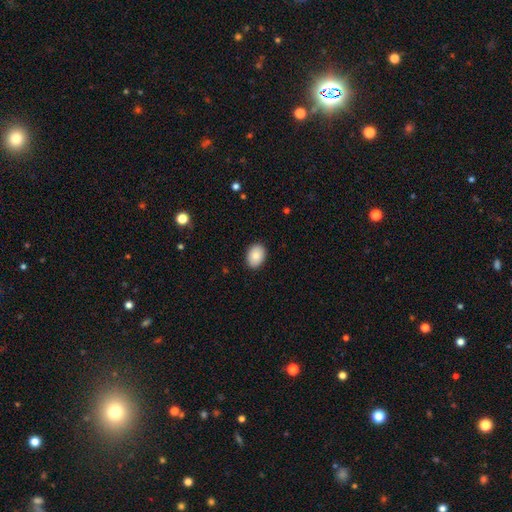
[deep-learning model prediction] smooth_or_featured: smooth (p=0.86) [alt: star or artifact p=0.07]
how_rounded: in between (p=0.74) [alt: round p=0.25]
merging: none (p=0.89) [alt: minor disturbance p=0.08]